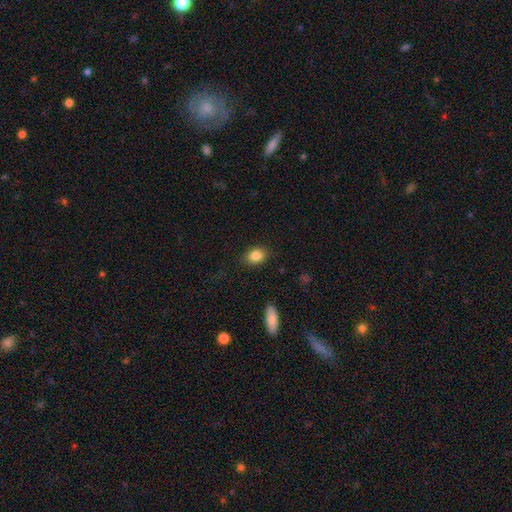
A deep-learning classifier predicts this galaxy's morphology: Overall: smooth (85%). How rounded: in between (64%; round 35%). Merging: none (87%).